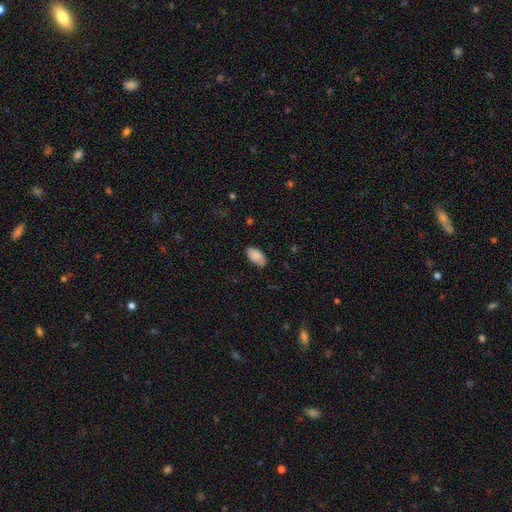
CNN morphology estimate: smooth 88%, star or artifact 7%, featured or disk 5%. Down the decision tree: how rounded — in between (95%); merging — none (79%).